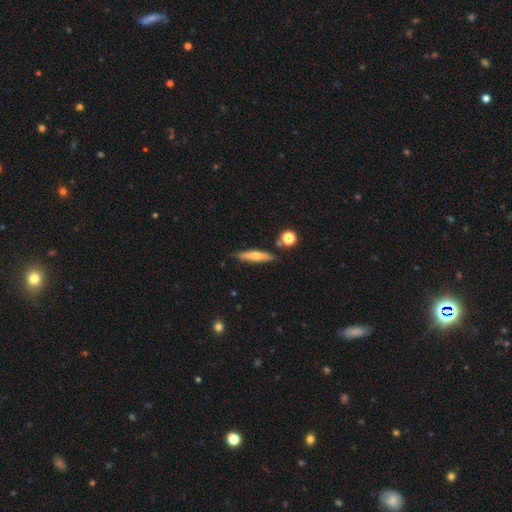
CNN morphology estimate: Smooth or featured: smooth — 51% (featured or disk — 42%)
How rounded: cigar-shaped — 85% (in between — 13%)
Merging: none — 80% (minor disturbance — 12%)